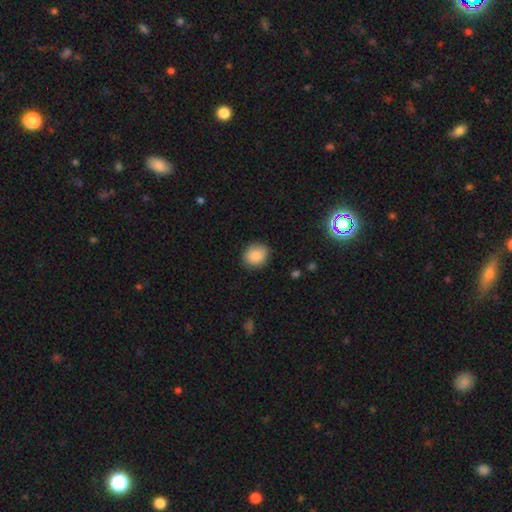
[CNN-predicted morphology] Smooth or featured? smooth (87%)
How rounded? round (63%)
Merging? none (86%)